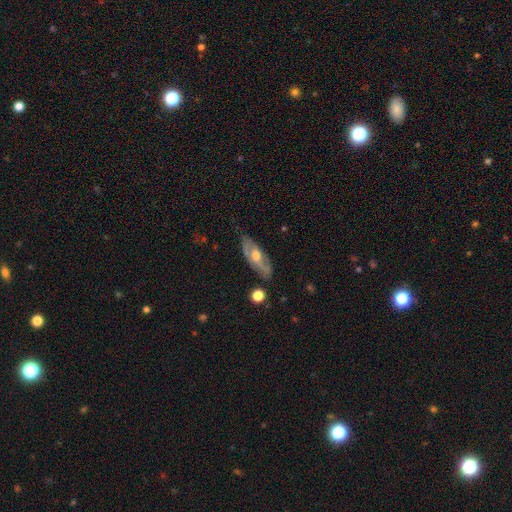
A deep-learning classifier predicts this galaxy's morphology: This is likely a featured or disk galaxy (65%). It is likely not viewed edge-on (68%). Merging: likely none (76%).